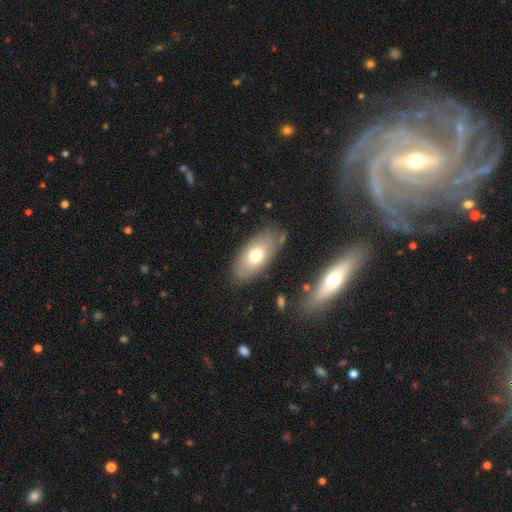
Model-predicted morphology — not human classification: This is likely a smooth galaxy (67%). How rounded: clearly in between (91%). Merging: likely none (78%).